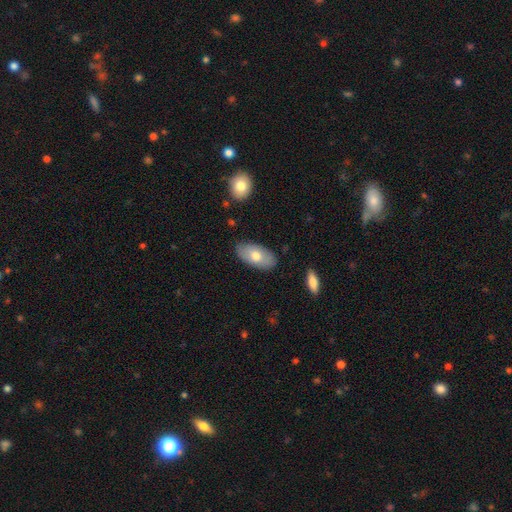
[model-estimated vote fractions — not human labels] This is likely a smooth galaxy (70%). How rounded: clearly in between (94%). Merging: clearly none (83%).